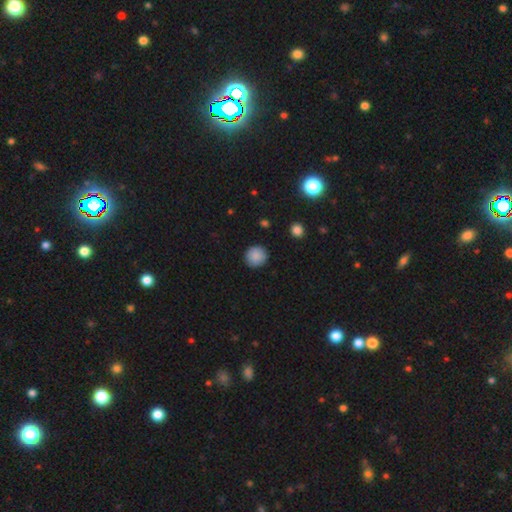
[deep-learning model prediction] Overall: smooth (88%). How rounded: round (92%). Merging: none (90%).